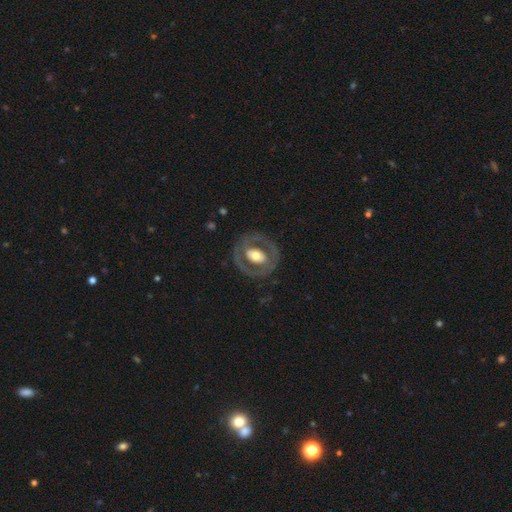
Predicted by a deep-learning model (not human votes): Smooth or featured? featured or disk (63%)
Edge-on disk? no (95%)
Bar? no (63%)
Spiral arms? no (77%)
Bulge size? moderate (54%)
Merging? none (77%)